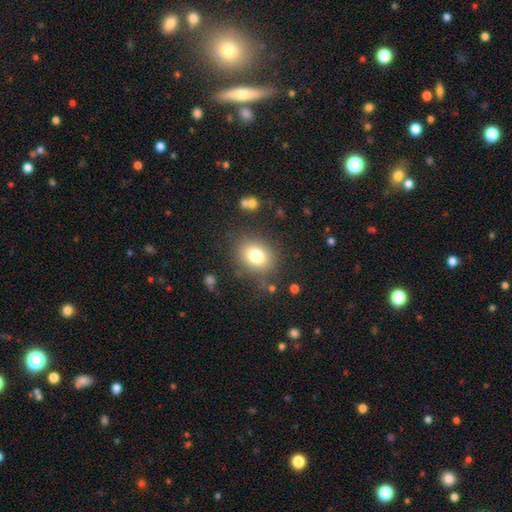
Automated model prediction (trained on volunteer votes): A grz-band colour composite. It shows a smooth galaxy with no disk features (77%) that is round (54%). Merging: none (81%).